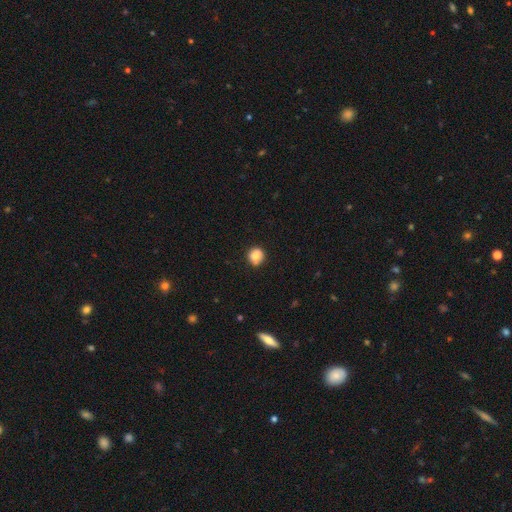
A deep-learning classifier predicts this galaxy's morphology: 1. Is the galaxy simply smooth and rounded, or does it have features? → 80% smooth, 11% featured or disk, 9% star or artifact.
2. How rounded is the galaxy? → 87% round, 12% in between, 1% cigar-shaped.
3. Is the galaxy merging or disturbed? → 77% none, 17% minor disturbance, 3% major disturbance, 2% merger.